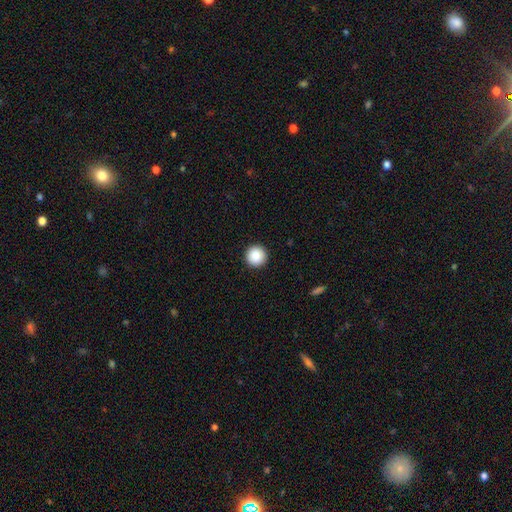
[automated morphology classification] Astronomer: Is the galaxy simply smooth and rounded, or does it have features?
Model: smooth — 87%.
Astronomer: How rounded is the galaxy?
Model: round — 96%.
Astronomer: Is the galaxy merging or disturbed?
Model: none — 93%.